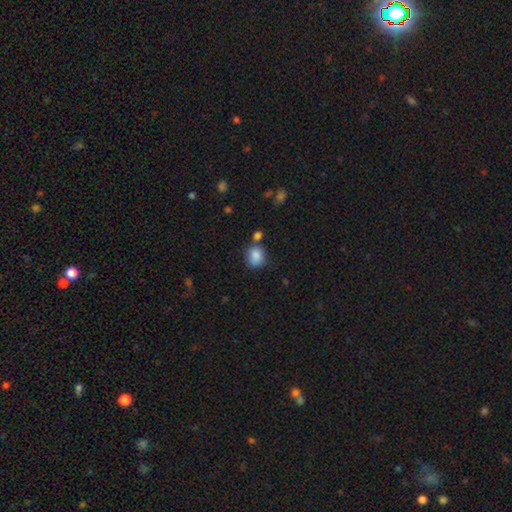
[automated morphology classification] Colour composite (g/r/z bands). It shows a smooth galaxy with no disk features (86%) that is round (59%). Merging: none (62%).